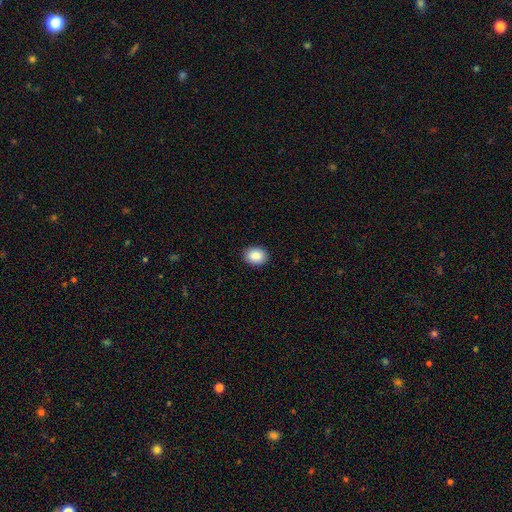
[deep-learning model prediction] smooth 89%, star or artifact 8%, featured or disk 3%. Down the decision tree: how rounded — in between (56%); merging — none (89%).